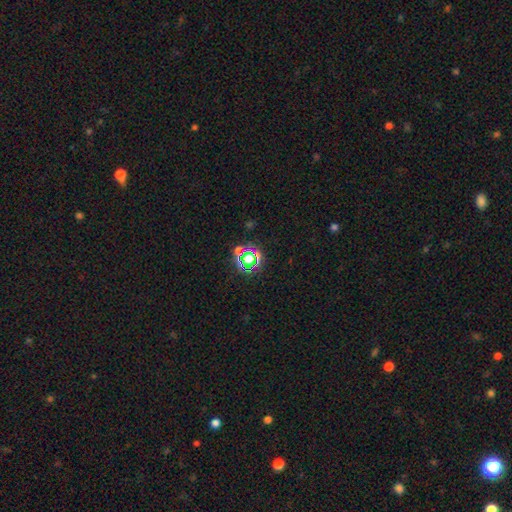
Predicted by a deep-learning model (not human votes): smooth-or-featured: star or artifact: 67% | smooth: 24% | featured or disk: 9%